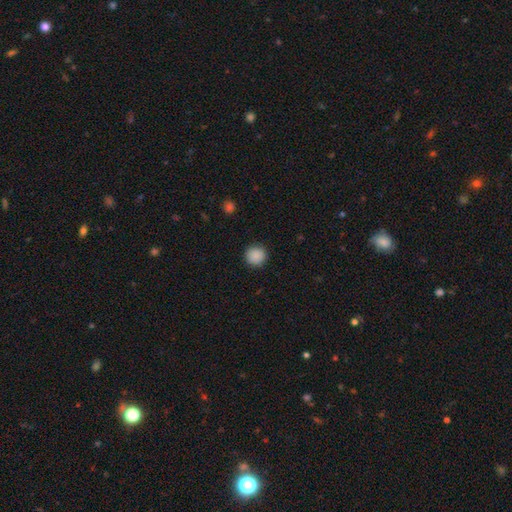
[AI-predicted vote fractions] This appears to be a smooth galaxy with no disk features (89%) that is round (94%). Merging: none (91%).